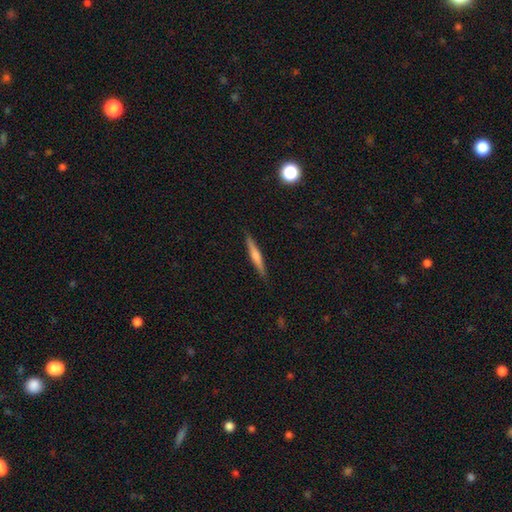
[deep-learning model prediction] This appears to be a smooth galaxy with no disk features (51%) that is cigar-shaped (94%). Merging: none (89%).